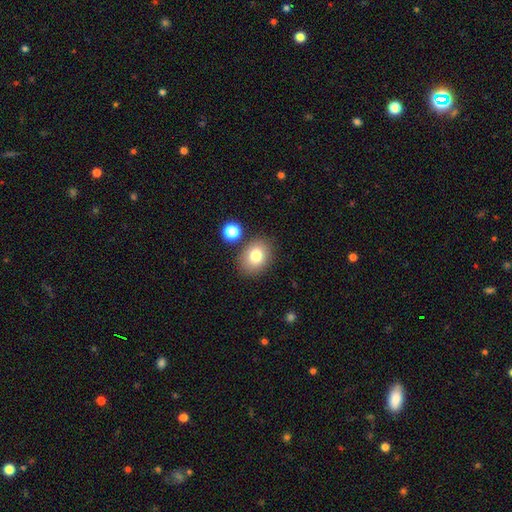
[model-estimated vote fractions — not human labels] A smooth galaxy with no disk features (79%) that is in between round and cigar-shaped (59%). Merging: none (80%).